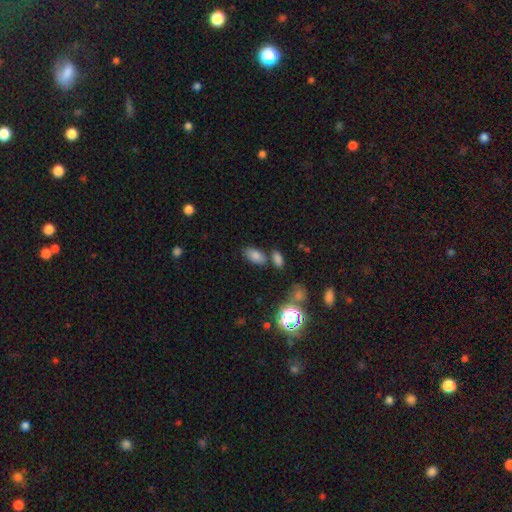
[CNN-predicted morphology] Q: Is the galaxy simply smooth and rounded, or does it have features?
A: smooth — 78%.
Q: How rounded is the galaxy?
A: in between — 91%.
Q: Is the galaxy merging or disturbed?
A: none — 68%.